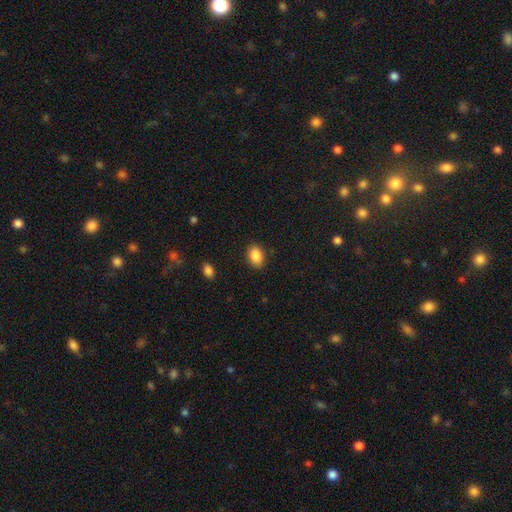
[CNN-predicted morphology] Smooth or featured? Predicted: smooth (p=0.88). How rounded? Predicted: in between (p=0.84). Merging? Predicted: none (p=0.87).